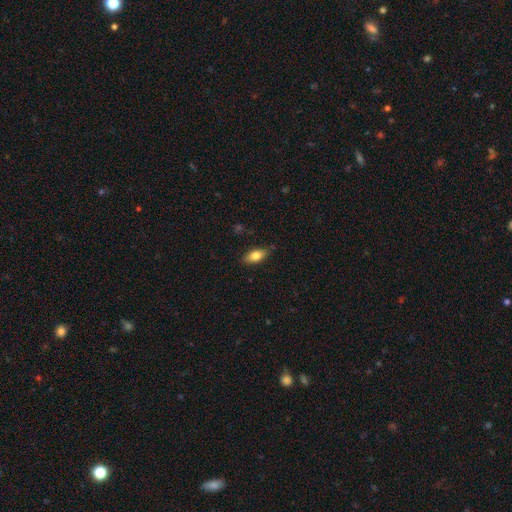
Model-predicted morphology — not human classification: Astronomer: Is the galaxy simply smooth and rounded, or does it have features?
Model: smooth — 81%.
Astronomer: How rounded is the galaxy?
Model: in between — 87%.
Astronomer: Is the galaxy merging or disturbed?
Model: none — 82%.